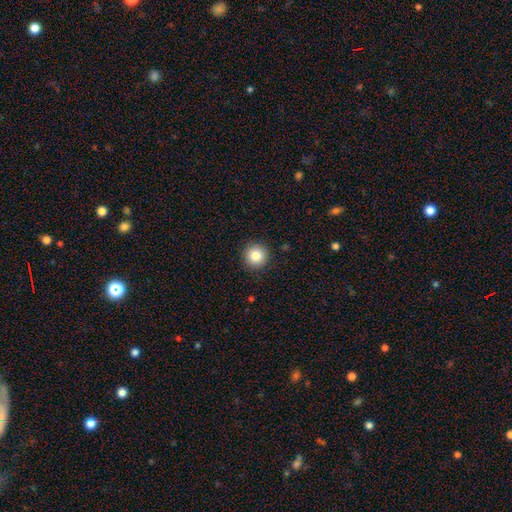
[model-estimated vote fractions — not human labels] smooth_or_featured: smooth (p=0.84) [alt: star or artifact p=0.10]
how_rounded: round (p=0.95) [alt: in between p=0.04]
merging: none (p=0.92) [alt: minor disturbance p=0.06]